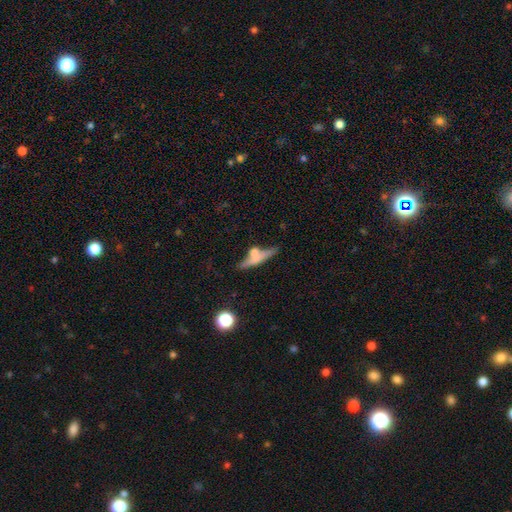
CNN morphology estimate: This is possibly a smooth galaxy (48%). Merging: possibly none (47%).